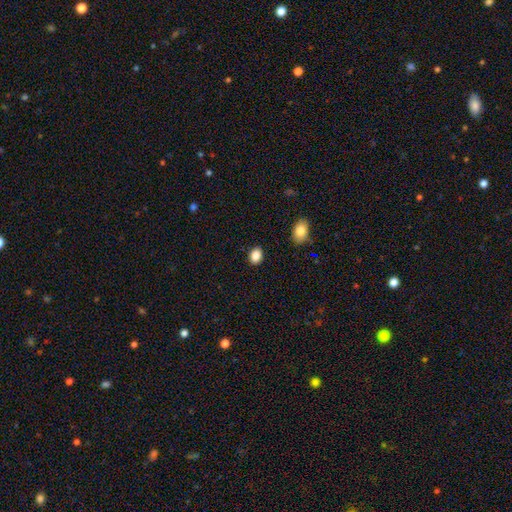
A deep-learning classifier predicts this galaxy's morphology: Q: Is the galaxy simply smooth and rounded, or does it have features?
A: smooth — 87%.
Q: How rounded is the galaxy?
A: in between — 70%.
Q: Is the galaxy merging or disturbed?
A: none — 88%.